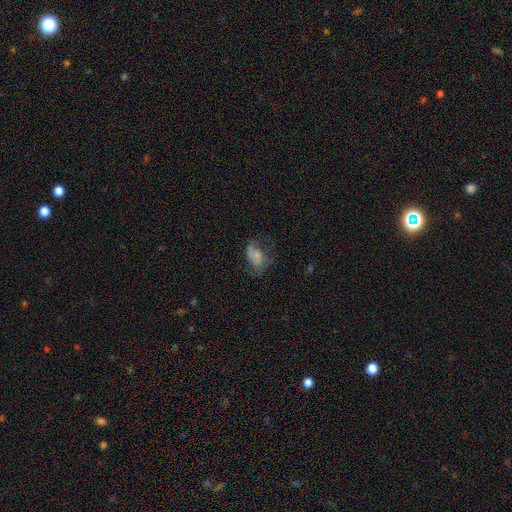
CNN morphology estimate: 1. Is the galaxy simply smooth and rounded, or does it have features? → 47% smooth, 42% featured or disk, 11% star or artifact.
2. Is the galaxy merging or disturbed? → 38% major disturbance, 35% none, 24% minor disturbance, 3% merger.